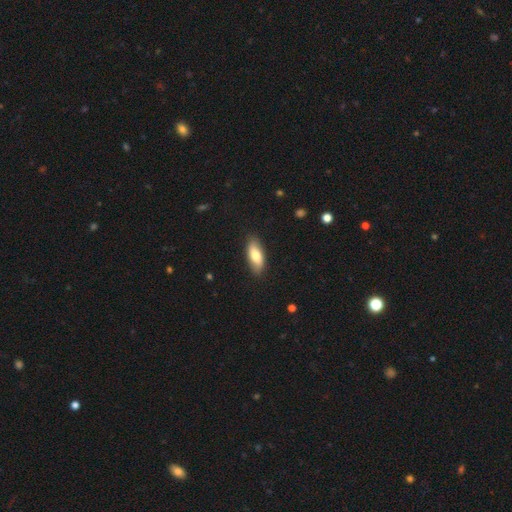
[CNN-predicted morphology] The model was most divided on "smooth or featured": smooth: 75%, featured or disk: 19%, star or artifact: 6%. More confident: merging — none (86%); how rounded — in between (78%).